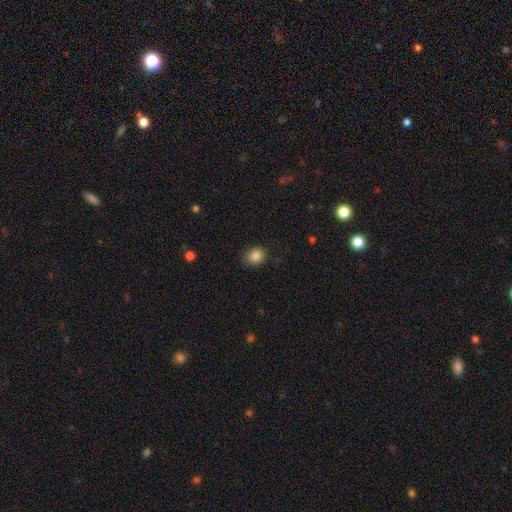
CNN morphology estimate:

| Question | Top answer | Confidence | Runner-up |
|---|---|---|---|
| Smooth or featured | smooth | 85% | star or artifact (10%) |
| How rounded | round | 67% | in between (32%) |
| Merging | none | 84% | minor disturbance (12%) |